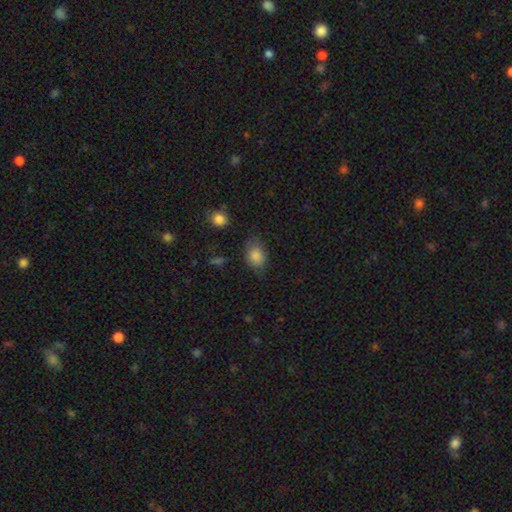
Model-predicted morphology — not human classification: A smooth galaxy with no disk features (84%) that is in between round and cigar-shaped (76%).

Vote fractions:
- Smooth or featured? smooth: 84% / star or artifact: 9% / featured or disk: 6%
- How rounded? in between: 76% / round: 22% / cigar-shaped: 1%
- Merging? none: 66% / minor disturbance: 25% / major disturbance: 6% / merger: 2%